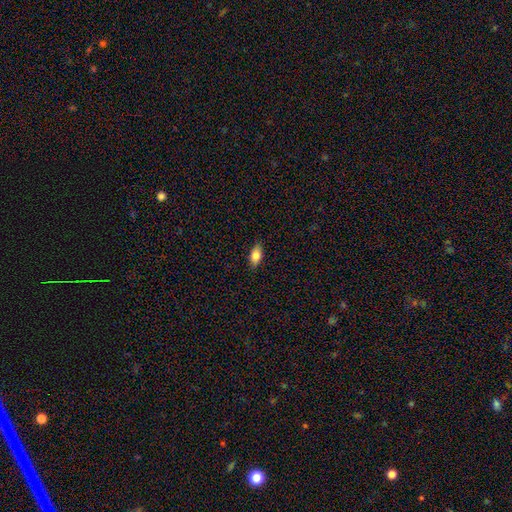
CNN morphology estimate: Smooth or featured: smooth — 81% (featured or disk — 11%)
How rounded: in between — 88% (cigar-shaped — 7%)
Merging: none — 86% (minor disturbance — 11%)